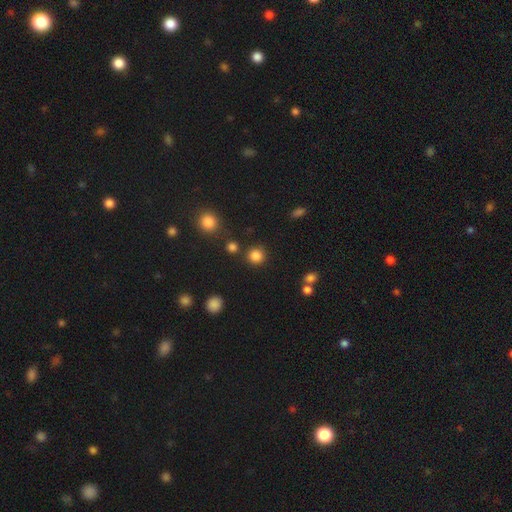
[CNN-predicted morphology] The model was most divided on "smooth or featured": smooth: 83%, star or artifact: 12%, featured or disk: 4%. More confident: how rounded — round (92%); merging — none (85%).